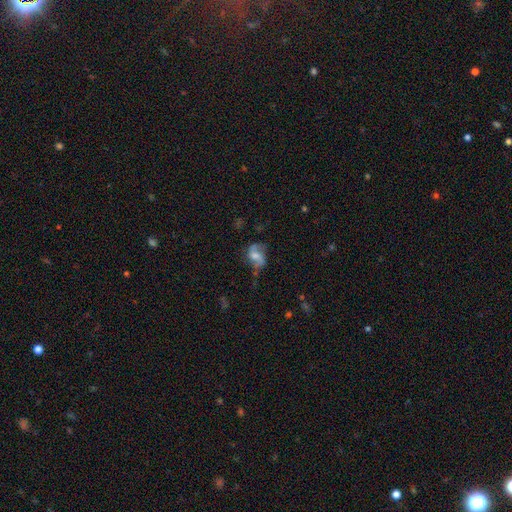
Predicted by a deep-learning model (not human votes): A featured or disk galaxy (67%) with a weak bar (45%), 2 (86%) loose (60%) spiral arms (88%) and a moderate central bulge (42%).

Vote fractions:
- Smooth or featured? featured or disk: 67% / smooth: 24% / star or artifact: 9%
- Edge-on disk? no: 97% / yes: 3%
- Bar? weak: 45% / no: 38% / strong: 17%
- Spiral arms? yes: 88% / no: 12%
- Spiral winding? loose: 60% / medium: 32% / tight: 9%
- Spiral arm count? 2: 86% / can't tell: 6% / 1: 5% / 3: 1% / 4: 1% / more than 4: 1%
- Bulge size? moderate: 42% / small: 29% / none: 16% / large: 11% / dominant: 2%
- Merging? none: 54% / minor disturbance: 24% / major disturbance: 18% / merger: 4%